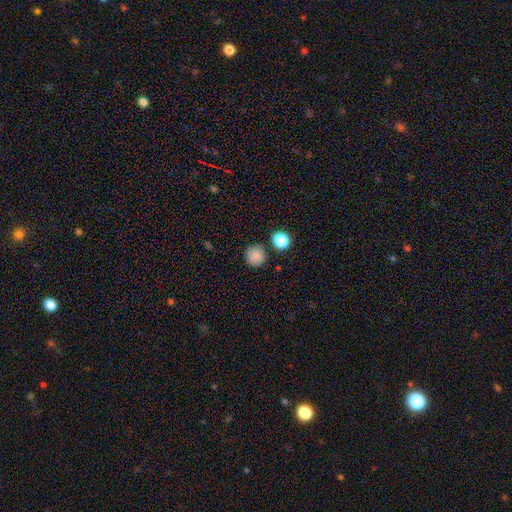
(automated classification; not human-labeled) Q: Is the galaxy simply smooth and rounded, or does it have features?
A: smooth — 85%.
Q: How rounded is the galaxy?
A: round — 93%.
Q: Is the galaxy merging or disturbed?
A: none — 84%.